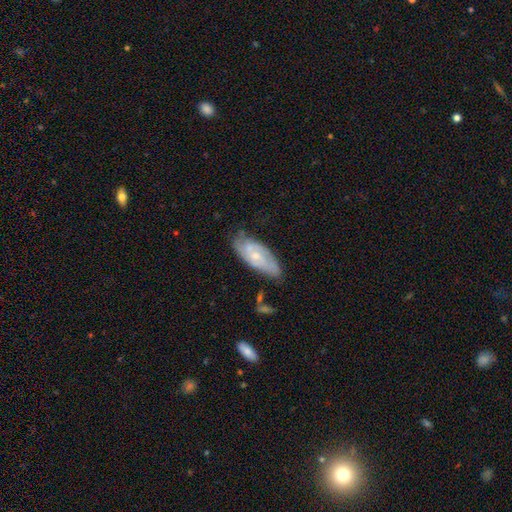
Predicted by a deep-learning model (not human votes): Smooth or featured?
  - featured or disk: 64% *
  - smooth: 30%
  - star or artifact: 6%
Edge-on disk?
  - no: 90% *
  - yes: 10%
Bar?
  - no: 62% *
  - weak: 31%
  - strong: 6%
Spiral arms?
  - yes: 82% *
  - no: 18%
Bulge size?
  - small: 60% *
  - moderate: 35%
  - none: 3%
  - large: 1%
  - dominant: 1%
Merging?
  - none: 64% *
  - minor disturbance: 26%
  - major disturbance: 7%
  - merger: 3%